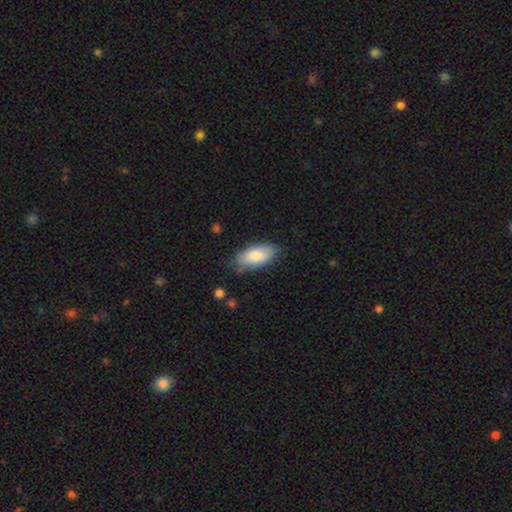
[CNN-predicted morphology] smooth 82%, featured or disk 12%, star or artifact 6%. Down the decision tree: how rounded — in between (90%); merging — none (76%).